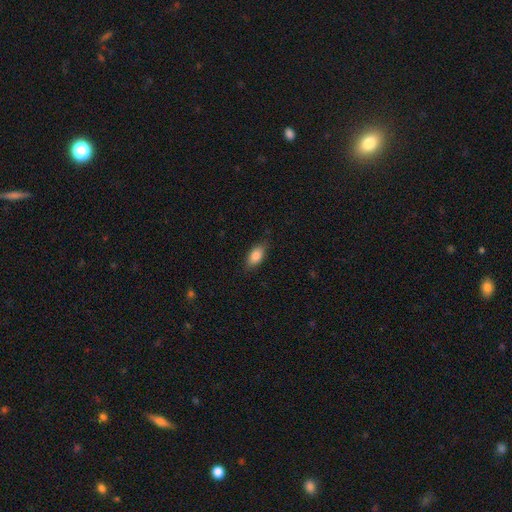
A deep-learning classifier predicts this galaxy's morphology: This is clearly a smooth galaxy (84%). How rounded: clearly in between (88%). Merging: clearly none (81%).